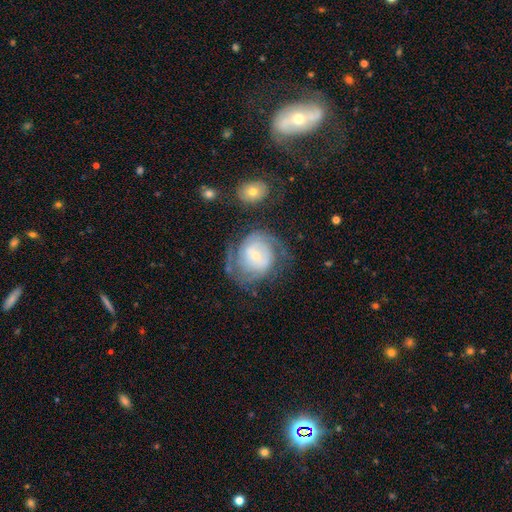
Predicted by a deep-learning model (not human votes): smooth-or-featured: featured or disk: 79% | smooth: 15% | star or artifact: 6%
  disk-edge-on: no: 98% | yes: 2%
    bar: no: 50% | weak: 40% | strong: 10%
    has-spiral-arms: yes: 92% | no: 8%
      spiral-winding: tight: 51% | medium: 37% | loose: 13%
      spiral-arm-count: 2: 54% | can't tell: 23% | 3: 11% | 1: 5% | 4: 4% | more than 4: 3%
    bulge-size: small: 72% | moderate: 21% | large: 3% | none: 2% | dominant: 1%
  merging: none: 61% | minor disturbance: 18% | major disturbance: 16% | merger: 4%